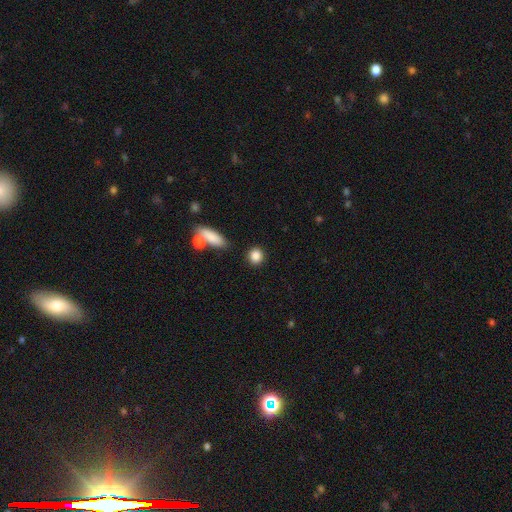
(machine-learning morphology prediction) A smooth galaxy with no disk features (86%) that is round (79%).

Vote fractions:
- Smooth or featured? smooth: 86% / star or artifact: 9% / featured or disk: 5%
- How rounded? round: 79% / in between: 18% / cigar-shaped: 3%
- Merging? none: 85% / minor disturbance: 8% / merger: 4% / major disturbance: 3%